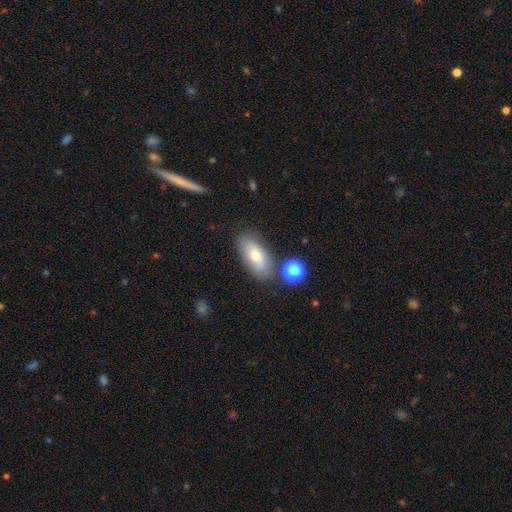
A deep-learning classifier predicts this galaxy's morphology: type=smooth (64%); roundness=in between (87%); merging=none (74%).